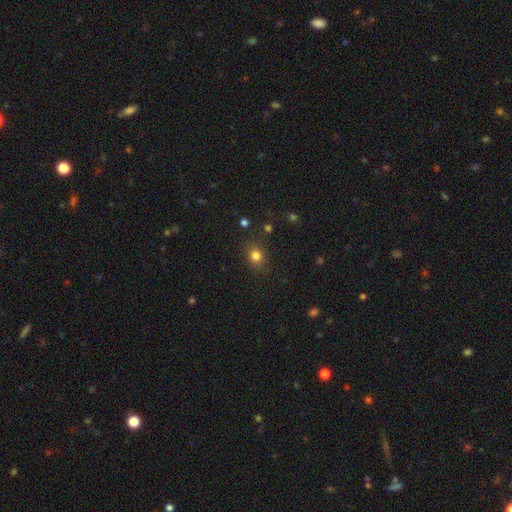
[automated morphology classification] A smooth galaxy with no disk features (80%) that is round (73%).

Vote fractions:
- Smooth or featured? smooth: 80% / star or artifact: 14% / featured or disk: 5%
- How rounded? round: 73% / in between: 26% / cigar-shaped: 1%
- Merging? none: 85% / minor disturbance: 10% / major disturbance: 4% / merger: 2%